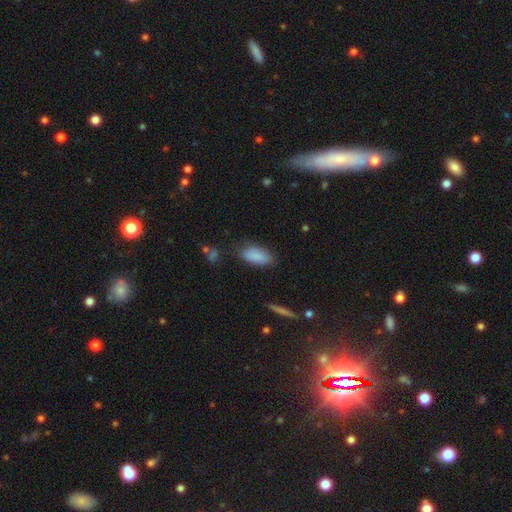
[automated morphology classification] Smooth or featured?
  - smooth: 87% *
  - star or artifact: 7%
  - featured or disk: 6%
How rounded?
  - in between: 88% *
  - cigar-shaped: 10%
  - round: 2%
Merging?
  - none: 76% *
  - minor disturbance: 17%
  - major disturbance: 5%
  - merger: 2%